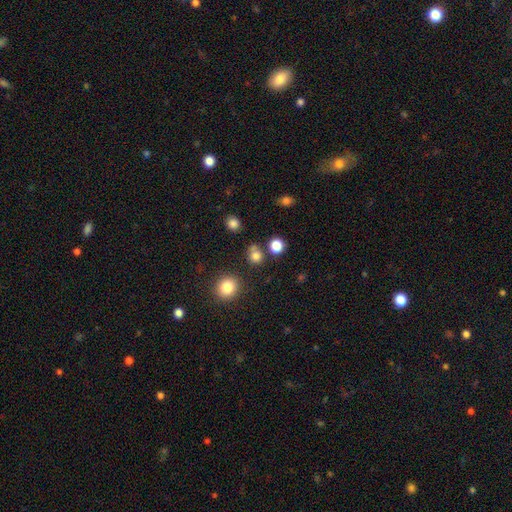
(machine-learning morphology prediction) Smooth or featured? Predicted: smooth (p=0.79). How rounded? Predicted: round (p=0.86). Merging? Predicted: none (p=0.73).